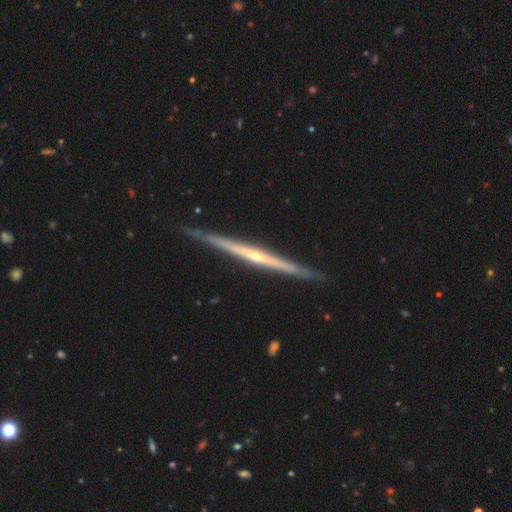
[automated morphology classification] Smooth or featured? Predicted: featured or disk (p=0.85). Edge-on disk? Predicted: yes (p=0.98). Edge-on bulge? Predicted: rounded (p=0.70). Merging? Predicted: none (p=0.89).